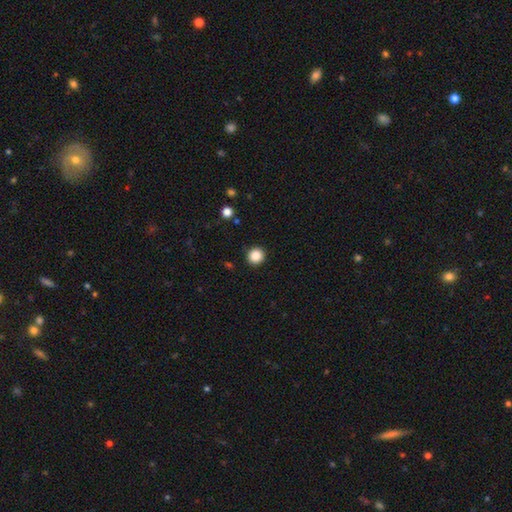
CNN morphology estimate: The model was most divided on "smooth or featured": smooth: 86%, star or artifact: 10%, featured or disk: 3%. More confident: merging — none (92%); how rounded — round (92%).